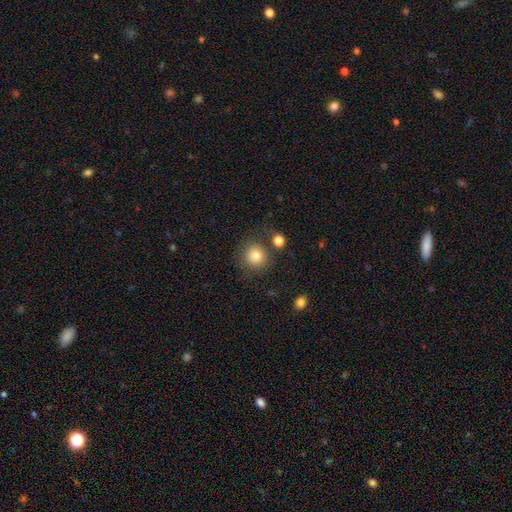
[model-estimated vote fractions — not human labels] Q: Smooth or featured?
A: smooth (81%); runner-up: star or artifact (11%)
Q: How rounded?
A: round (92%); runner-up: in between (7%)
Q: Merging?
A: none (79%); runner-up: minor disturbance (10%)